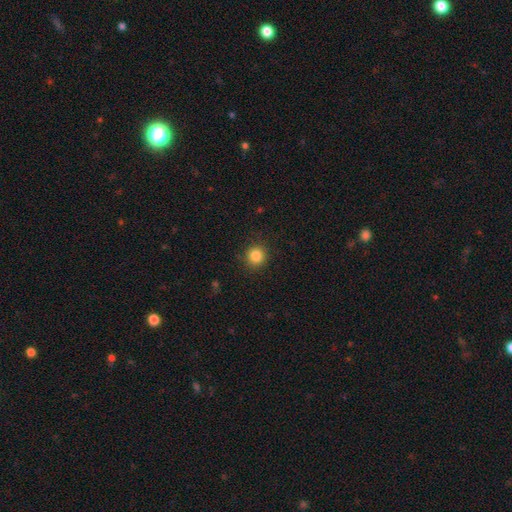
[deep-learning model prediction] Smooth or featured? smooth (85%)
How rounded? round (90%)
Merging? none (89%)